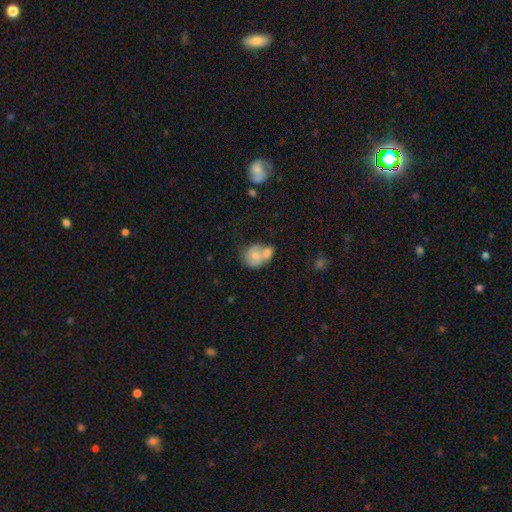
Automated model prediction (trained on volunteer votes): Smooth or featured?
  - smooth: 62% *
  - featured or disk: 30%
  - star or artifact: 8%
How rounded?
  - round: 65% *
  - in between: 34%
  - cigar-shaped: 1%
Merging?
  - merger: 63% *
  - none: 22%
  - minor disturbance: 10%
  - major disturbance: 5%